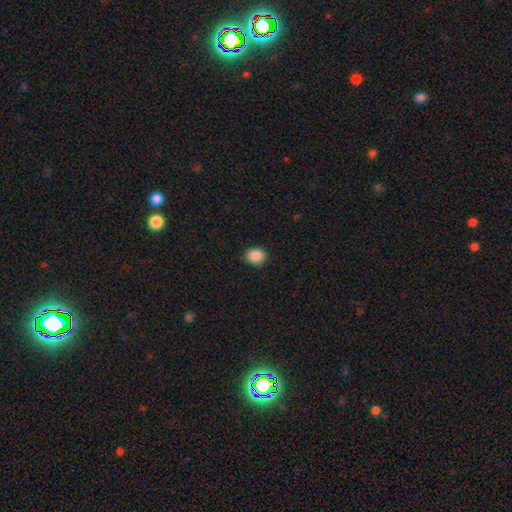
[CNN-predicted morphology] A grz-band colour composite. It shows a smooth galaxy with no disk features (89%) that is round (56%). Merging: none (88%).